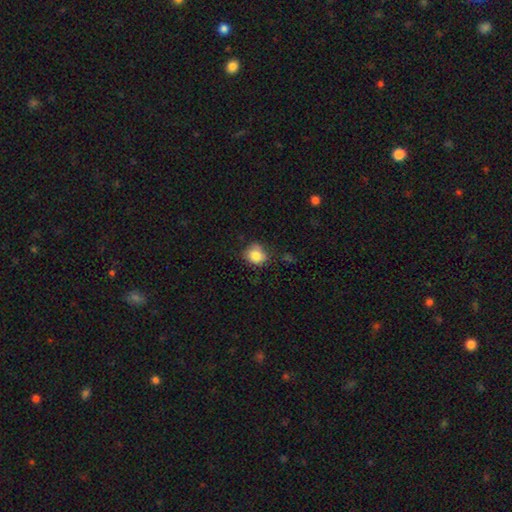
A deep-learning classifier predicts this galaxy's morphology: smooth-or-featured: smooth: 82% | star or artifact: 9% | featured or disk: 9%
  how-rounded: round: 70% | in between: 29% | cigar-shaped: 1%
  merging: none: 63% | minor disturbance: 27% | major disturbance: 7% | merger: 3%